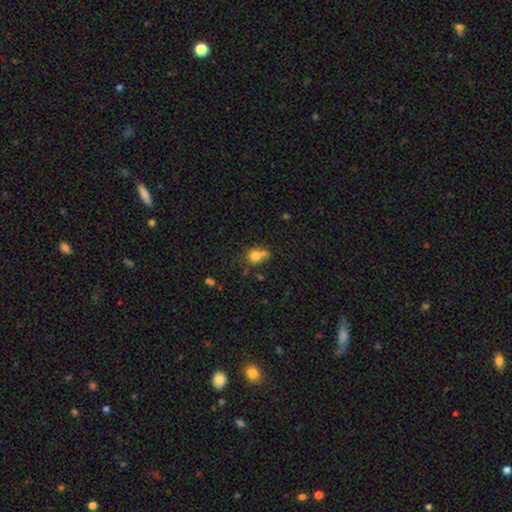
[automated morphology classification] Smooth or featured? Predicted: smooth (p=0.76). How rounded? Predicted: round (p=0.77). Merging? Predicted: none (p=0.42).